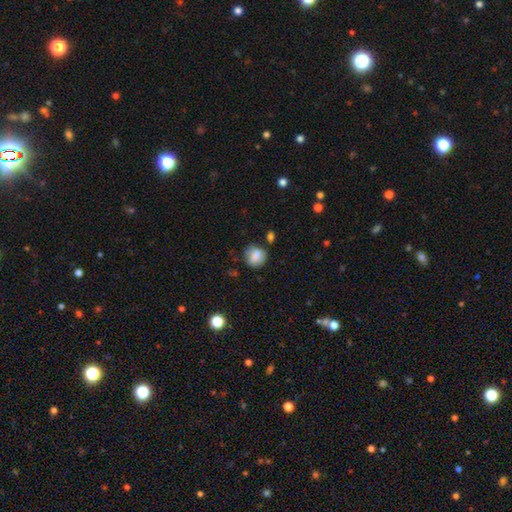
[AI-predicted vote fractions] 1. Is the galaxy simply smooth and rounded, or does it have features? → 72% smooth, 18% featured or disk, 10% star or artifact.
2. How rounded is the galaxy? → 70% round, 28% in between, 1% cigar-shaped.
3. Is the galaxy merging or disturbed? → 61% none, 23% minor disturbance, 9% merger, 8% major disturbance.